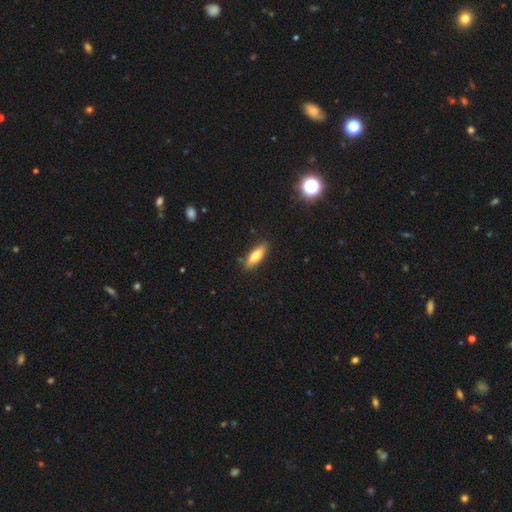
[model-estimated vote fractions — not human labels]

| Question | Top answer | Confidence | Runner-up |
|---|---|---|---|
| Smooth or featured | smooth | 72% | featured or disk (21%) |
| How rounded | in between | 53% | cigar-shaped (45%) |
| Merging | none | 86% | minor disturbance (10%) |